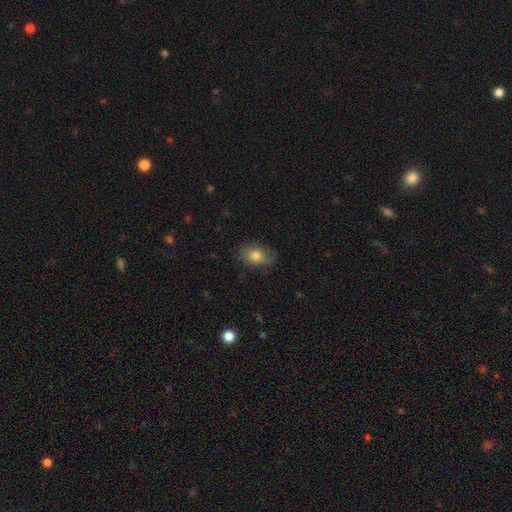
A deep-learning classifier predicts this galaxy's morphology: Q: Smooth or featured?
A: smooth (82%); runner-up: featured or disk (10%)
Q: How rounded?
A: in between (82%); runner-up: round (17%)
Q: Merging?
A: none (82%); runner-up: minor disturbance (13%)